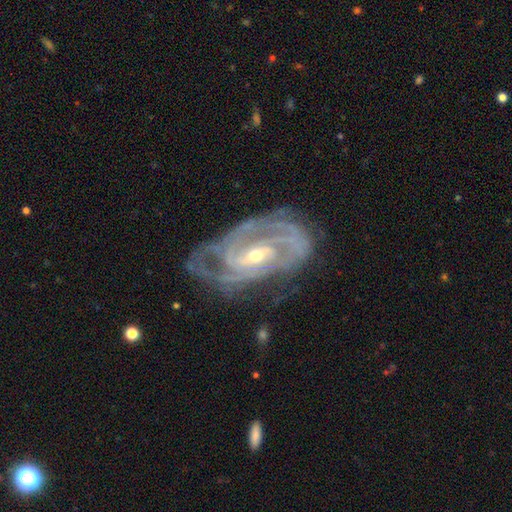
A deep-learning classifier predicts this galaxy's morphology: A featured or disk galaxy (90%) with a weak bar (42%), 2 (32%) tight (59%) spiral arms (97%) and a small central bulge (52%). Merging: none (58%).